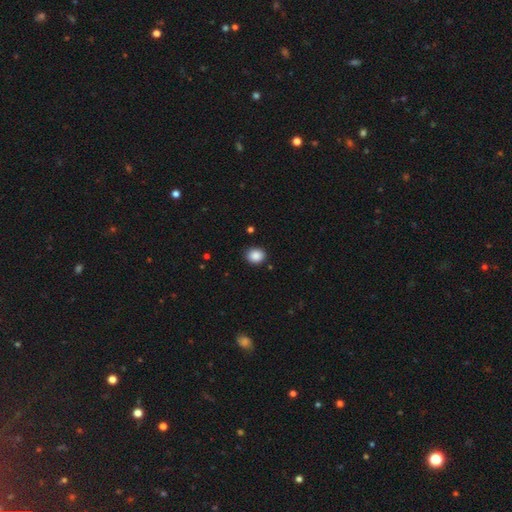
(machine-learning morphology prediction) Smooth or featured? Predicted: smooth (p=0.88). How rounded? Predicted: round (p=0.61). Merging? Predicted: none (p=0.89).